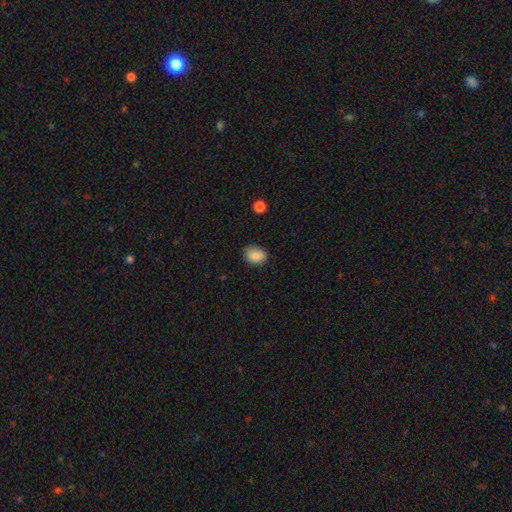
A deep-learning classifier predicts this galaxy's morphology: This is clearly a smooth galaxy (88%). How rounded: likely in between (76%). Merging: likely none (77%).